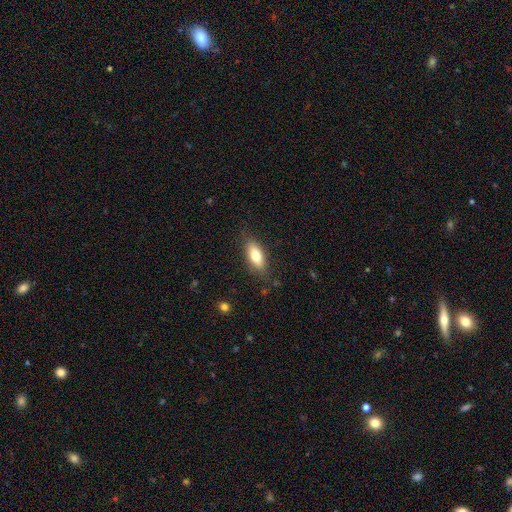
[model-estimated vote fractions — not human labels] smooth-or-featured: smooth: 75% | featured or disk: 18% | star or artifact: 7%
  how-rounded: in between: 75% | cigar-shaped: 22% | round: 3%
  merging: none: 82% | minor disturbance: 13% | major disturbance: 3% | merger: 1%